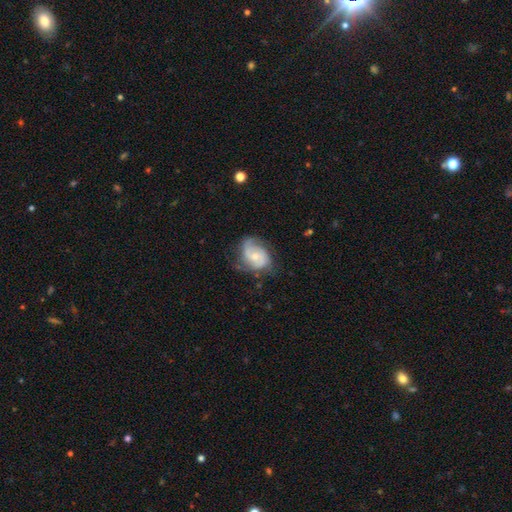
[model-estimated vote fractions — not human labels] Q: Smooth or featured?
A: featured or disk (76%); runner-up: smooth (18%)
Q: Edge-on disk?
A: no (98%); runner-up: yes (2%)
Q: Bar?
A: no (62%); runner-up: weak (32%)
Q: Spiral arms?
A: yes (93%); runner-up: no (7%)
Q: Spiral winding?
A: medium (44%); runner-up: tight (38%)
Q: Spiral arm count?
A: 2 (62%); runner-up: can't tell (15%)
Q: Bulge size?
A: small (50%); runner-up: moderate (43%)
Q: Merging?
A: none (61%); runner-up: minor disturbance (26%)